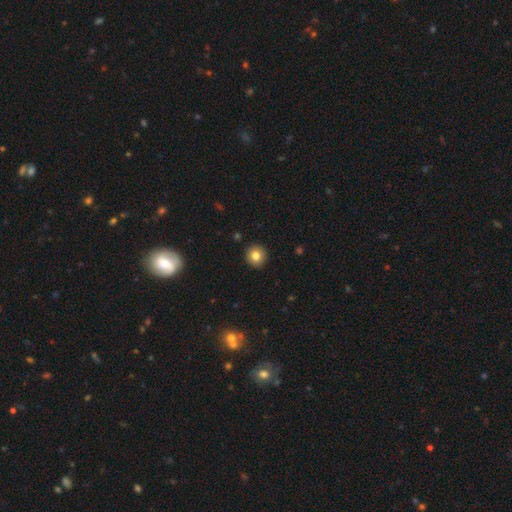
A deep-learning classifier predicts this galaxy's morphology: smooth-or-featured: smooth: 81% | star or artifact: 10% | featured or disk: 9%
  how-rounded: round: 92% | in between: 7% | cigar-shaped: 1%
  merging: none: 92% | minor disturbance: 5% | major disturbance: 1% | merger: 1%